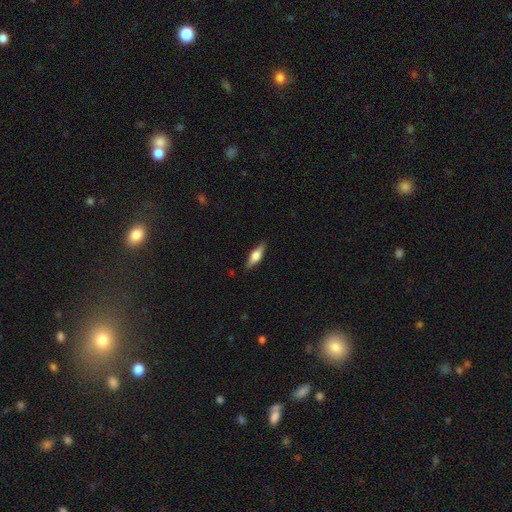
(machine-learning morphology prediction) featured or disk 47% (tied), smooth 47% (tied), star or artifact 6%. Down the decision tree: merging — none (87%).